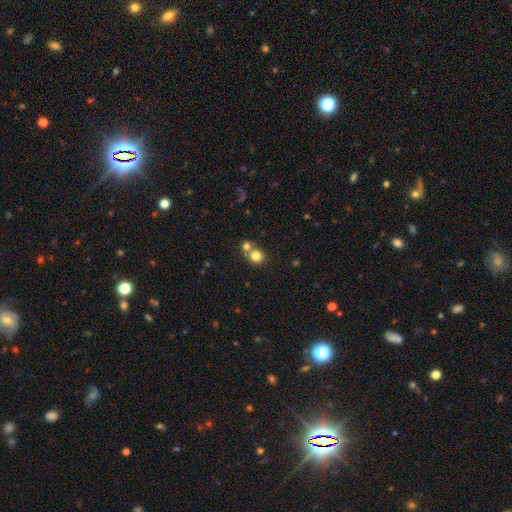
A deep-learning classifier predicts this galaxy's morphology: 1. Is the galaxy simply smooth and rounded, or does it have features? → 80% smooth, 12% star or artifact, 8% featured or disk.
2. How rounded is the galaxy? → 86% round, 14% in between, 1% cigar-shaped.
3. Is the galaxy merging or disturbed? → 50% none, 41% merger, 6% minor disturbance, 3% major disturbance.